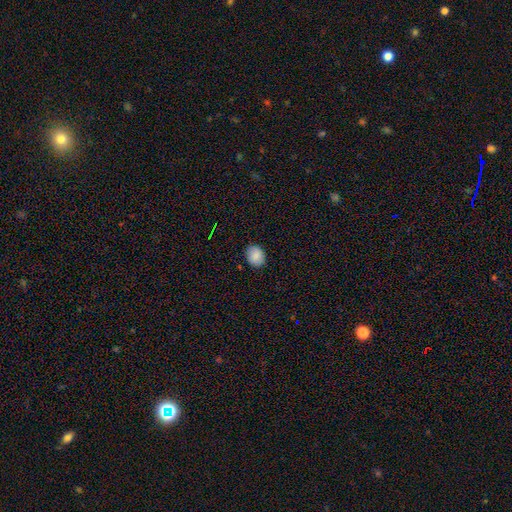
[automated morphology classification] smooth 86%, star or artifact 8%, featured or disk 6%. Down the decision tree: how rounded — in between (50%); merging — none (86%).